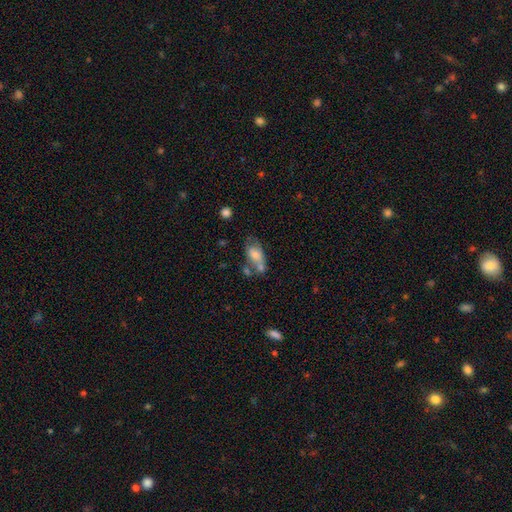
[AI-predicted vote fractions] Q: Smooth or featured?
A: smooth (67%); runner-up: featured or disk (25%)
Q: How rounded?
A: in between (88%); runner-up: round (6%)
Q: Merging?
A: none (35%); runner-up: merger (30%)